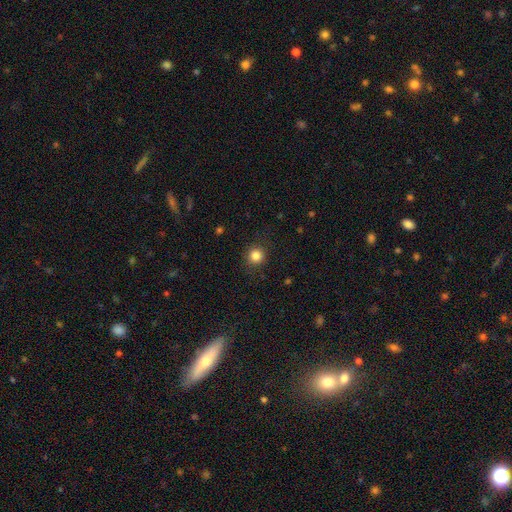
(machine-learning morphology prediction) This is clearly a smooth galaxy (84%). How rounded: clearly round (93%). Merging: clearly none (89%).